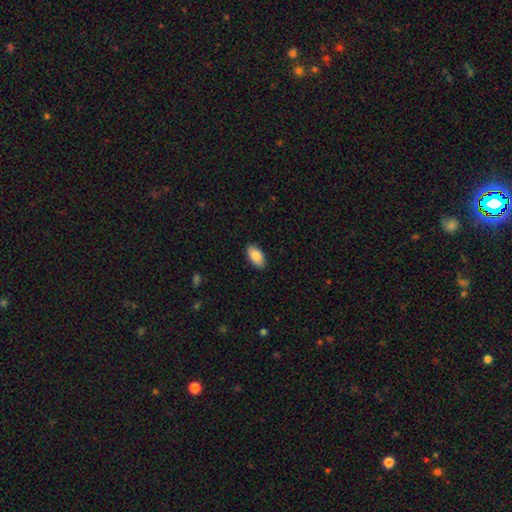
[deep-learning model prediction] Smooth or featured? smooth (88%)
How rounded? in between (94%)
Merging? none (88%)